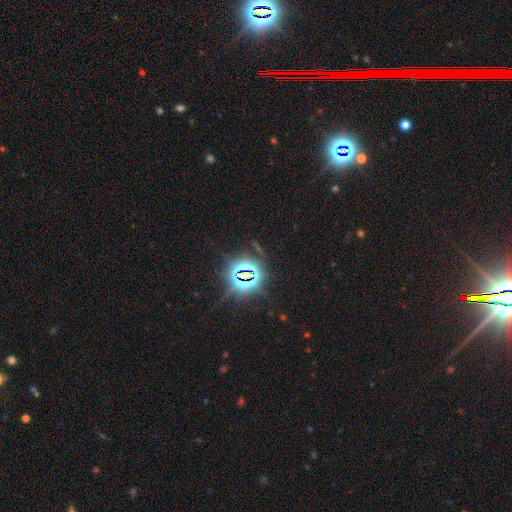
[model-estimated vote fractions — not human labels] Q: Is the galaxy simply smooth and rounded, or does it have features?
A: star or artifact — 81%.